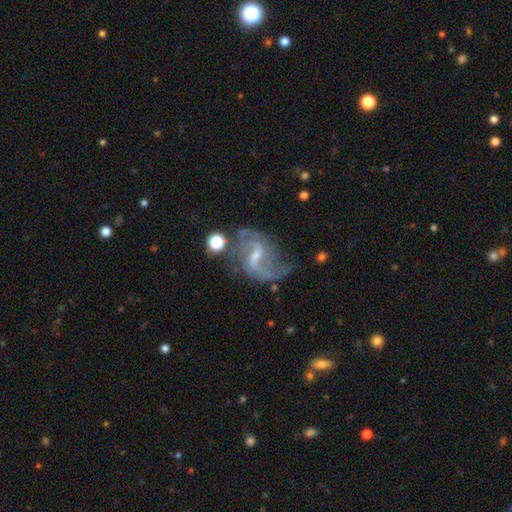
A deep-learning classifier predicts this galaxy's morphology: This appears to be a featured or disk galaxy (86%) with a weak bar (54%), 2 (82%) loose (58%) spiral arms (95%) and a small central bulge (64%). Merging: none (58%).